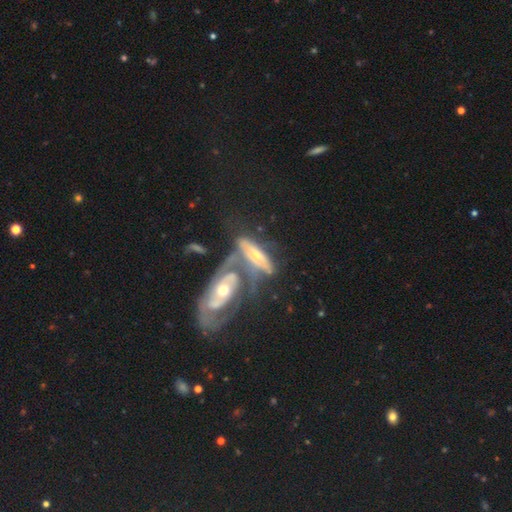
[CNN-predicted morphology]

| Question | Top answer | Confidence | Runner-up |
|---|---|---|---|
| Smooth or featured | featured or disk | 71% | smooth (21%) |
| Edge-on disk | no | 72% | yes (28%) |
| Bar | no | 66% | weak (22%) |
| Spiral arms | yes | 70% | no (30%) |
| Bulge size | moderate | 60% | small (32%) |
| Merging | merger | 56% | none (23%) |